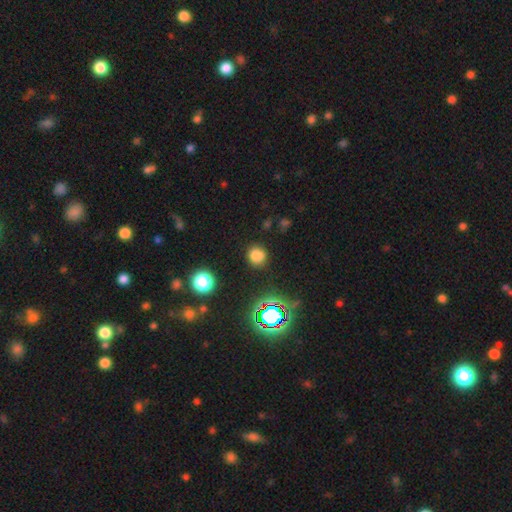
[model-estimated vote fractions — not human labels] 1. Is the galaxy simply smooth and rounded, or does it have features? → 74% smooth, 20% star or artifact, 6% featured or disk.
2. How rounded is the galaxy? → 85% round, 14% in between, 1% cigar-shaped.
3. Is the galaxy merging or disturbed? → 85% none, 10% minor disturbance, 3% major disturbance, 2% merger.